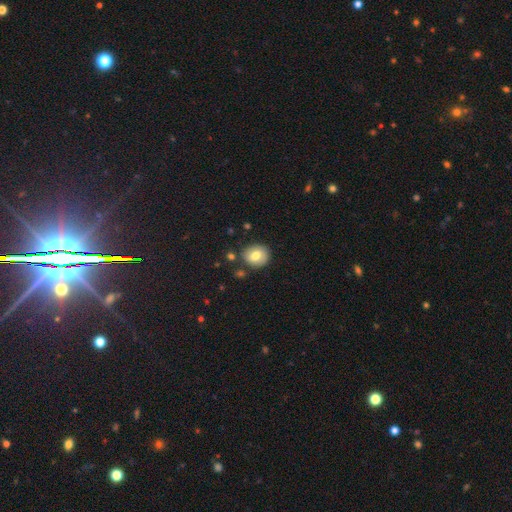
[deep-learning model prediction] A smooth galaxy with no disk features (74%) that is round (72%).

Vote fractions:
- Smooth or featured? smooth: 74% / featured or disk: 18% / star or artifact: 8%
- How rounded? round: 72% / in between: 27% / cigar-shaped: 1%
- Merging? none: 80% / minor disturbance: 13% / merger: 4% / major disturbance: 3%